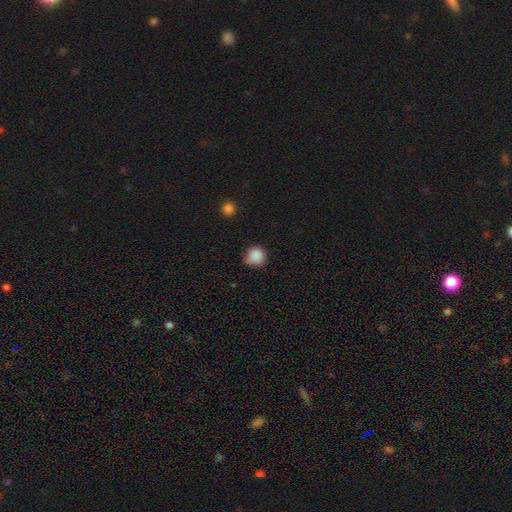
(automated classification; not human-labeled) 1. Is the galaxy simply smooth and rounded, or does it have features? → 87% smooth, 10% star or artifact, 4% featured or disk.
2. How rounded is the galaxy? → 90% round, 9% in between, 1% cigar-shaped.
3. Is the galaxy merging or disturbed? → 67% none, 26% minor disturbance, 5% major disturbance, 2% merger.